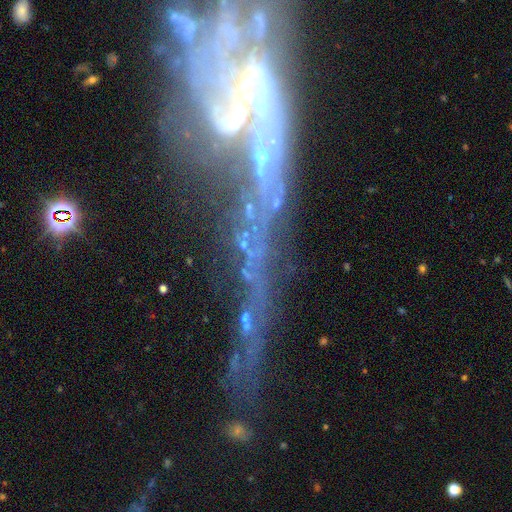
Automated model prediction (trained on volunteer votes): smooth-or-featured: featured or disk: 49% | star or artifact: 34% | smooth: 17%
  merging: none: 33% | major disturbance: 26% | merger: 25% | minor disturbance: 16%